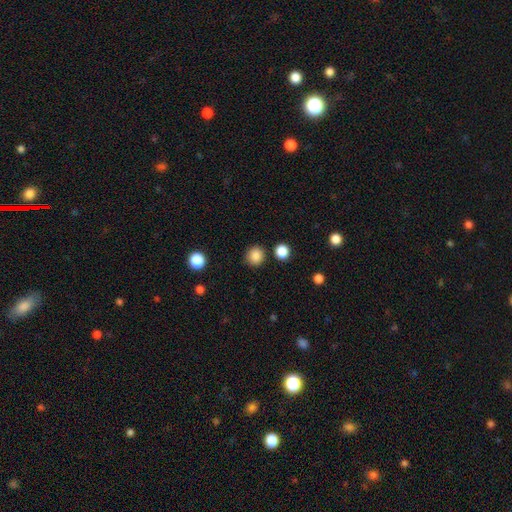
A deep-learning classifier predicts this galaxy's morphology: This appears to be a smooth galaxy with no disk features (86%) that is round (89%). Merging: none (87%).